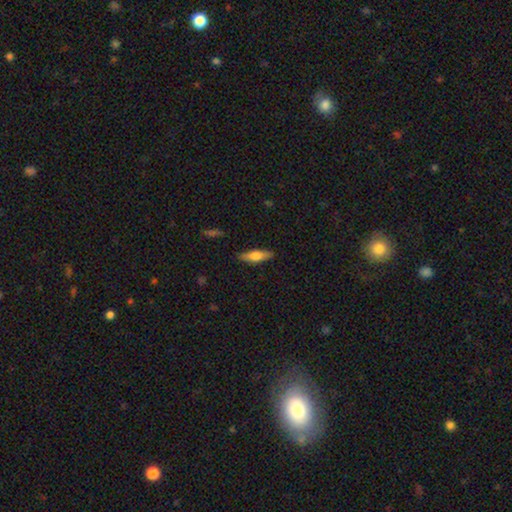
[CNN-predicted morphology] Smooth or featured: smooth — 55% (featured or disk — 38%)
How rounded: cigar-shaped — 62% (in between — 36%)
Merging: none — 87% (minor disturbance — 10%)